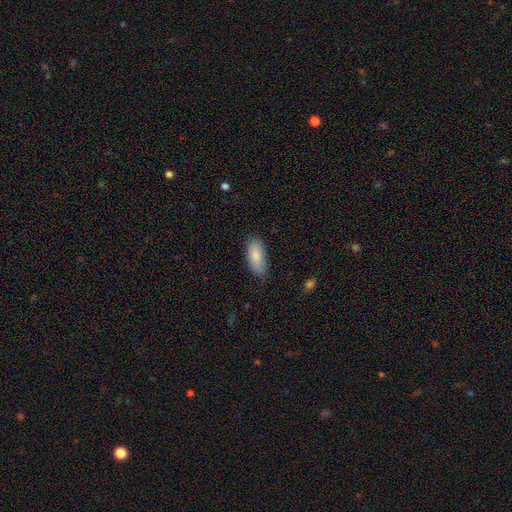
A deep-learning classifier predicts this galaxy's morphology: Overall: smooth (85%). How rounded: in between (90%). Merging: none (77%).